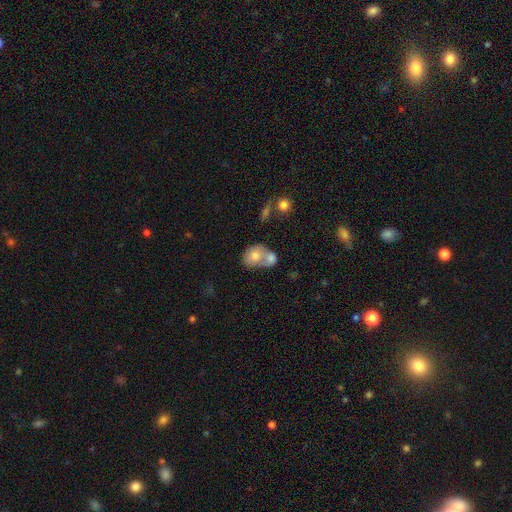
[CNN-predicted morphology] Overall: smooth (72%). How rounded: in between (56%; round 43%). Merging: merger (69%).